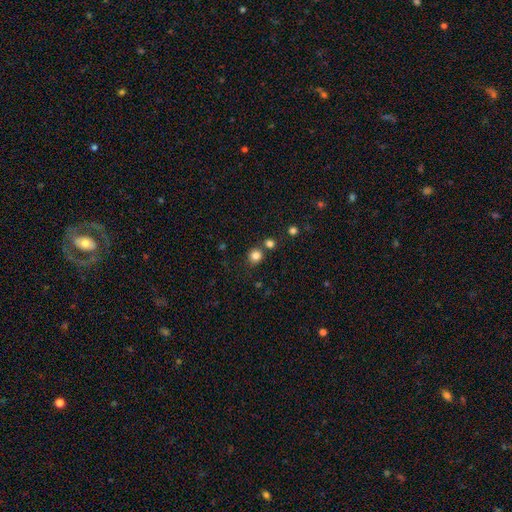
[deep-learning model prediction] smooth 83%, star or artifact 13%, featured or disk 4%. Down the decision tree: how rounded — round (88%); merging — none (76%).